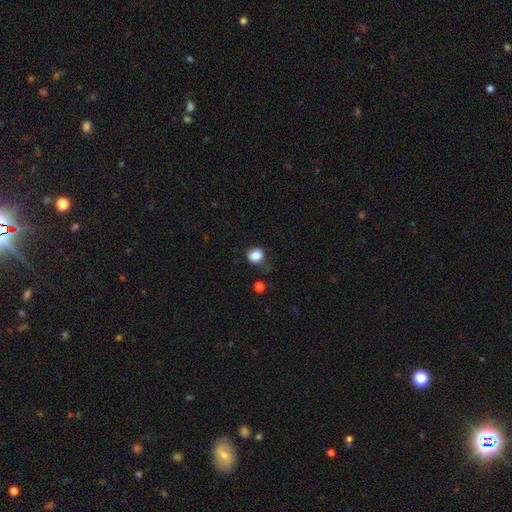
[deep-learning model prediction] This is clearly a smooth galaxy (86%). How rounded: clearly round (81%). Merging: likely none (73%).